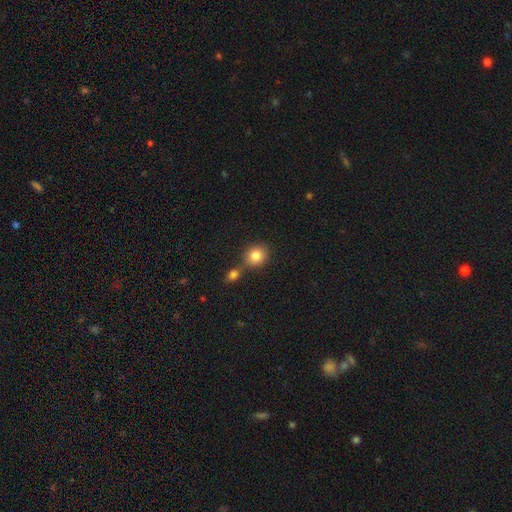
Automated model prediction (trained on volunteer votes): Smooth or featured: smooth — 84% (star or artifact — 10%)
How rounded: round — 82% (in between — 17%)
Merging: none — 56% (merger — 30%)